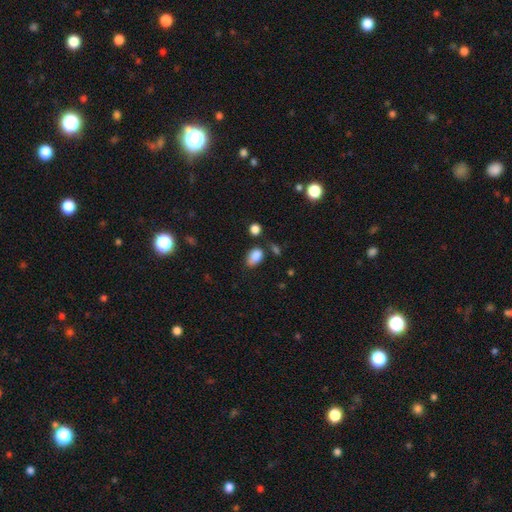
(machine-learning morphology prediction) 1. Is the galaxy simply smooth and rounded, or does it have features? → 86% smooth, 9% star or artifact, 5% featured or disk.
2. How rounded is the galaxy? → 88% in between, 11% round, 2% cigar-shaped.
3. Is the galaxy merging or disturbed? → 61% none, 25% minor disturbance, 7% merger, 7% major disturbance.